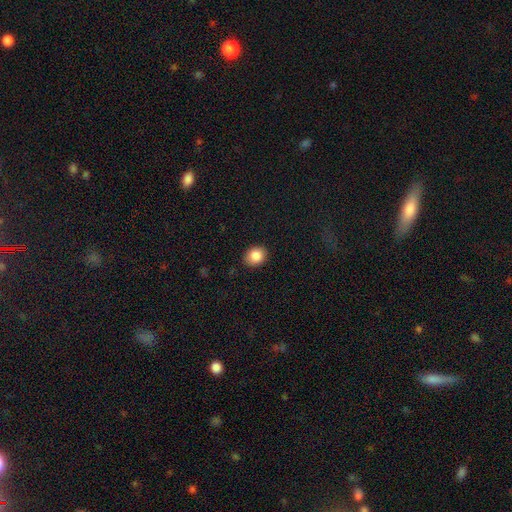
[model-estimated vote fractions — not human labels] Q: Smooth or featured?
A: smooth (87%); runner-up: star or artifact (9%)
Q: How rounded?
A: round (54%); runner-up: in between (45%)
Q: Merging?
A: none (88%); runner-up: minor disturbance (8%)